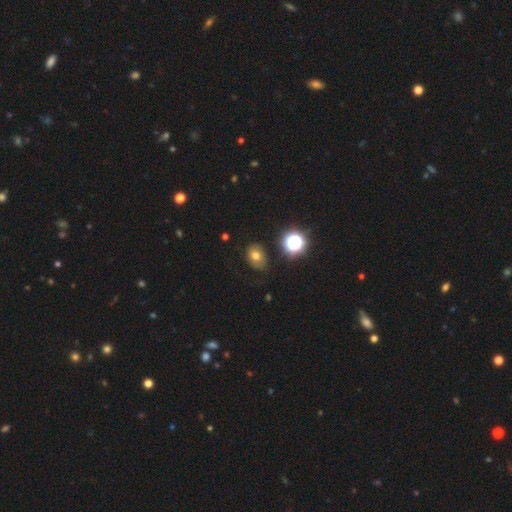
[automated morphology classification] Smooth or featured?
  - smooth: 69% *
  - star or artifact: 17%
  - featured or disk: 13%
How rounded?
  - in between: 63% *
  - round: 36%
  - cigar-shaped: 1%
Merging?
  - none: 75% *
  - minor disturbance: 18%
  - major disturbance: 5%
  - merger: 2%